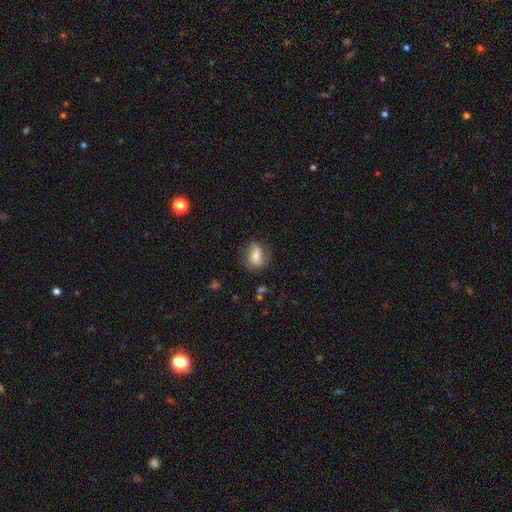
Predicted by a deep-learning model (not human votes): smooth 68%, featured or disk 23%, star or artifact 9%. Down the decision tree: how rounded — in between (71%); merging — none (73%).